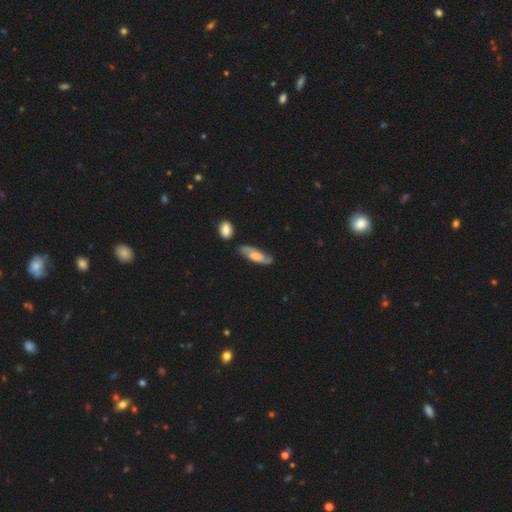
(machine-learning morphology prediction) This appears to be a featured or disk galaxy (60%). Merging: none (73%).